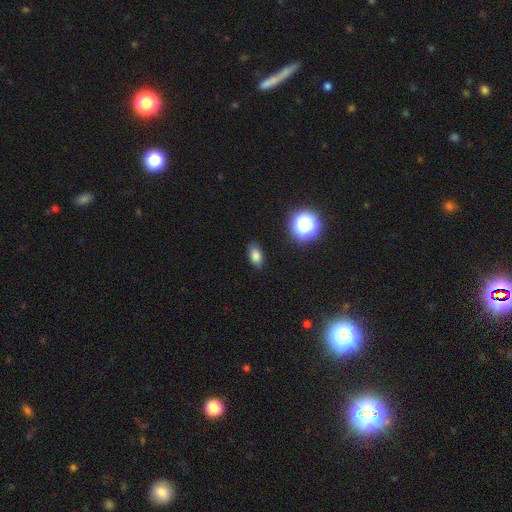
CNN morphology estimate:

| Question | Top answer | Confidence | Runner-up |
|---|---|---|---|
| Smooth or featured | smooth | 80% | star or artifact (13%) |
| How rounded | in between | 87% | round (11%) |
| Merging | none | 84% | minor disturbance (12%) |